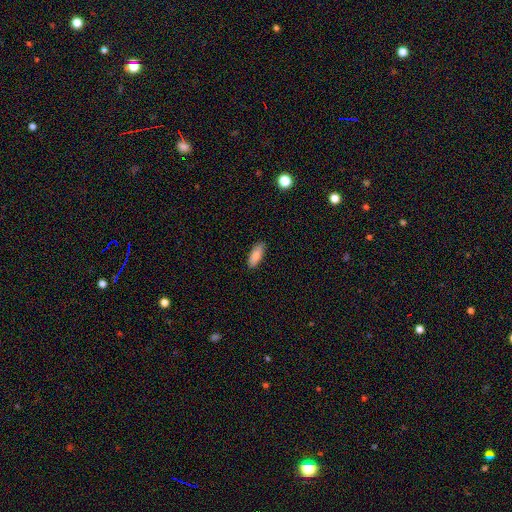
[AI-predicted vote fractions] Smooth or featured: smooth — 84% (featured or disk — 9%)
How rounded: in between — 74% (cigar-shaped — 24%)
Merging: none — 87% (minor disturbance — 10%)